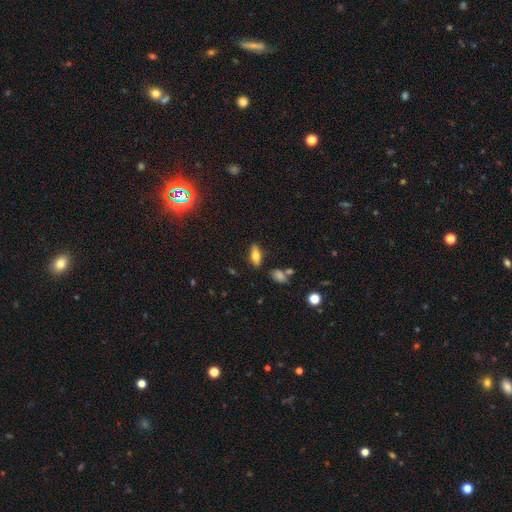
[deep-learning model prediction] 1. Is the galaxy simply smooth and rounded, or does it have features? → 61% smooth, 30% featured or disk, 9% star or artifact.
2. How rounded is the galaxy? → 74% in between, 23% cigar-shaped, 4% round.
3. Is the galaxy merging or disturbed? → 83% none, 11% minor disturbance, 3% merger, 3% major disturbance.